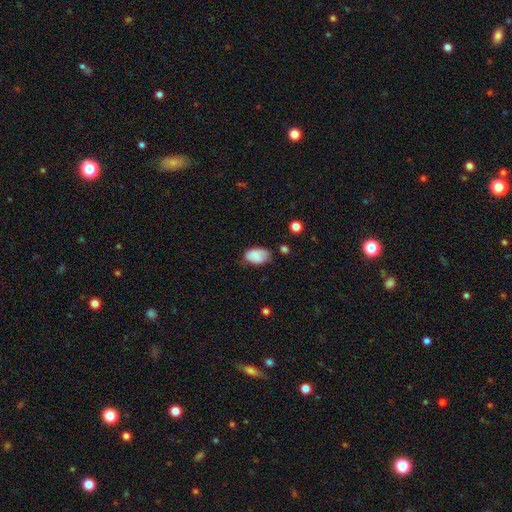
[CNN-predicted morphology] type=smooth (82%); roundness=in between (91%); merging=none (62%).